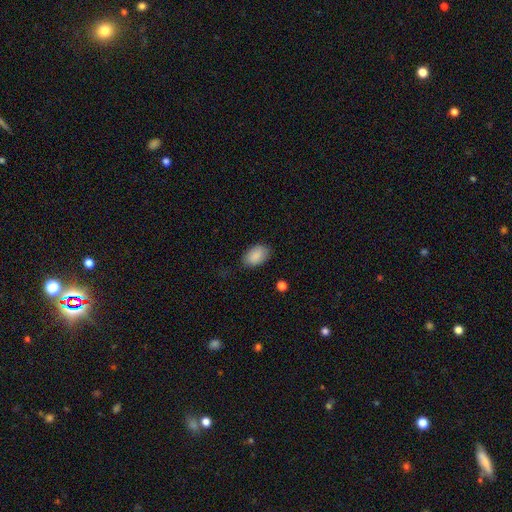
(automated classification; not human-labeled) smooth_or_featured: smooth (p=0.88) [alt: star or artifact p=0.07]
how_rounded: in between (p=0.90) [alt: round p=0.09]
merging: none (p=0.77) [alt: minor disturbance p=0.17]